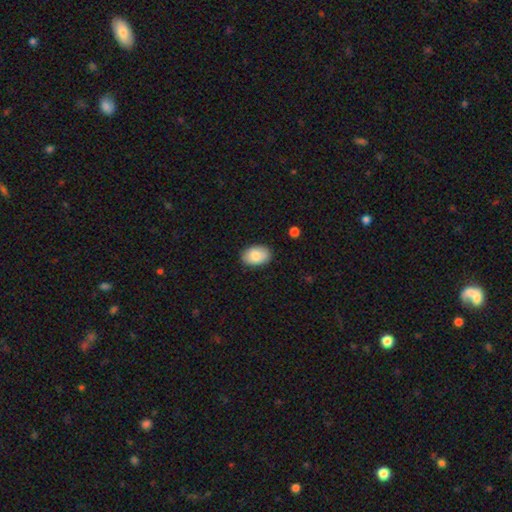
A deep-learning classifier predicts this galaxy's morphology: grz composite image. It shows a smooth galaxy with no disk features (85%) that is in between round and cigar-shaped (88%). Merging: none (86%).